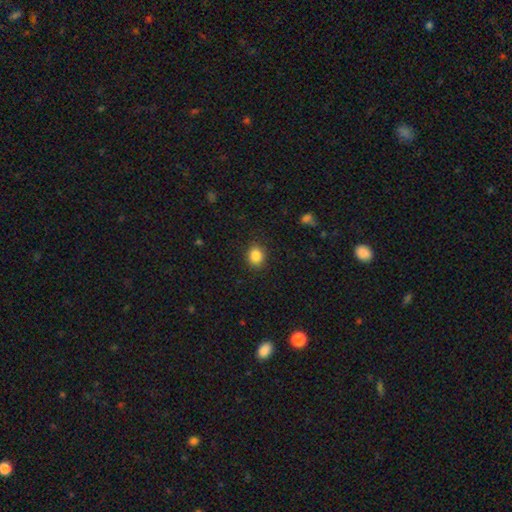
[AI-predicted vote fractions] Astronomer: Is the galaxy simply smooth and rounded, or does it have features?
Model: smooth — 86%.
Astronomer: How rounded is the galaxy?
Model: round — 65%.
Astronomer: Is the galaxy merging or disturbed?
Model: none — 88%.